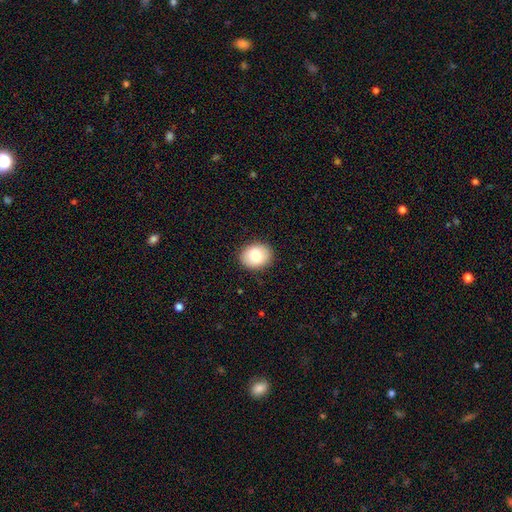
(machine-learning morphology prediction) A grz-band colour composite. It shows a smooth galaxy with no disk features (81%) that is in between round and cigar-shaped (52%). Merging: none (89%).